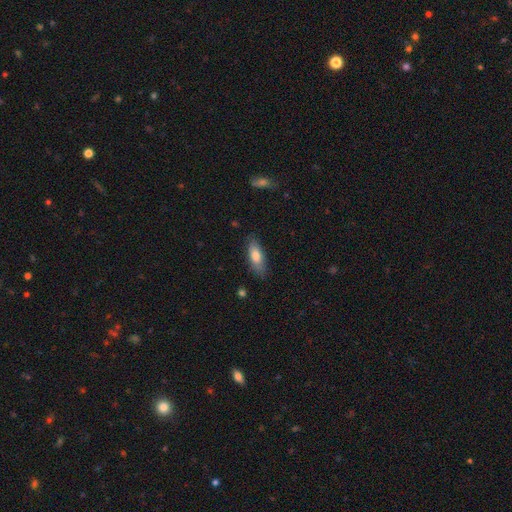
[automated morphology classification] A smooth galaxy with no disk features (76%) that is in between round and cigar-shaped (68%). Merging: none (81%).